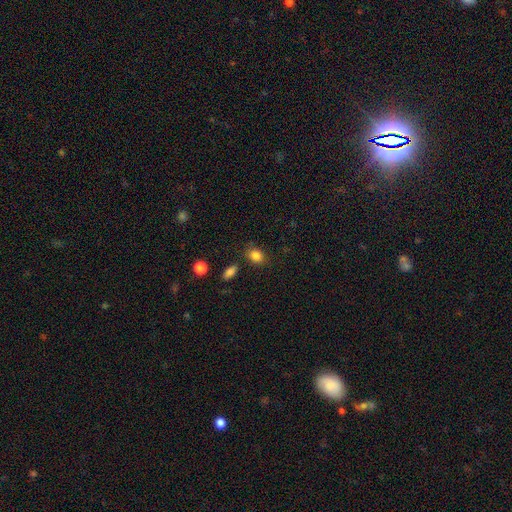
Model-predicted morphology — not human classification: Overall: smooth (85%). How rounded: in between (59%; round 39%). Merging: none (79%).